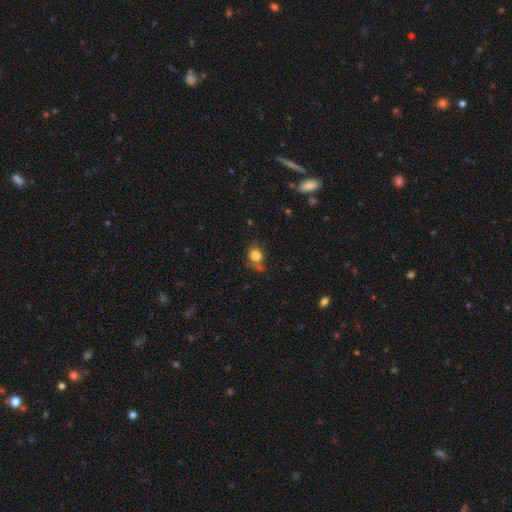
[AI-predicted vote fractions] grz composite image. It shows a smooth galaxy with no disk features (81%) that is round (62%). Merging: none (59%).